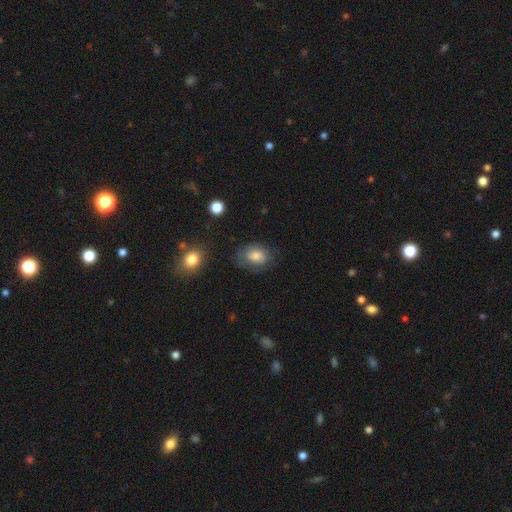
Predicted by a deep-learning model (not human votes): Morphology: type=smooth (78%); roundness=in between (72%); merging=none (64%).